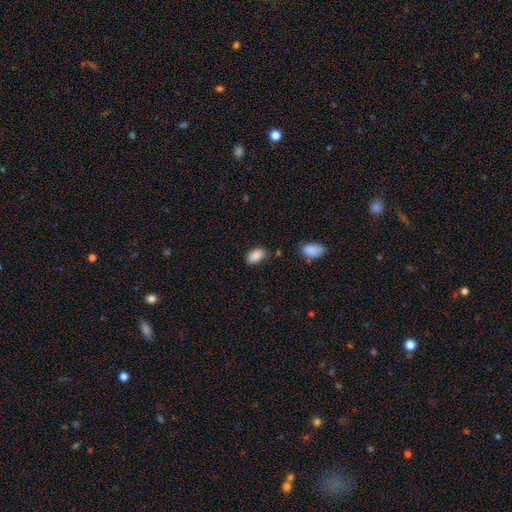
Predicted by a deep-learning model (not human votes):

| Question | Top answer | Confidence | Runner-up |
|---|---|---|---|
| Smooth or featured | smooth | 88% | star or artifact (8%) |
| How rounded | in between | 93% | round (5%) |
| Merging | none | 77% | minor disturbance (16%) |